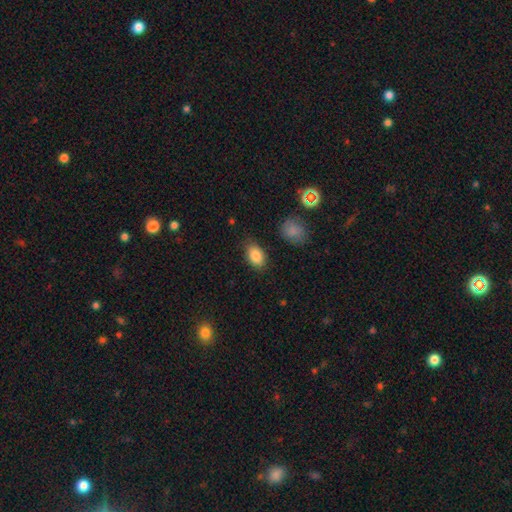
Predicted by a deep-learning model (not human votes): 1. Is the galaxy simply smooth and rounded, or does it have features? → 85% smooth, 8% star or artifact, 6% featured or disk.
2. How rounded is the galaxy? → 84% in between, 14% round, 2% cigar-shaped.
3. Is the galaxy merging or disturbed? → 80% none, 15% minor disturbance, 3% major disturbance, 2% merger.